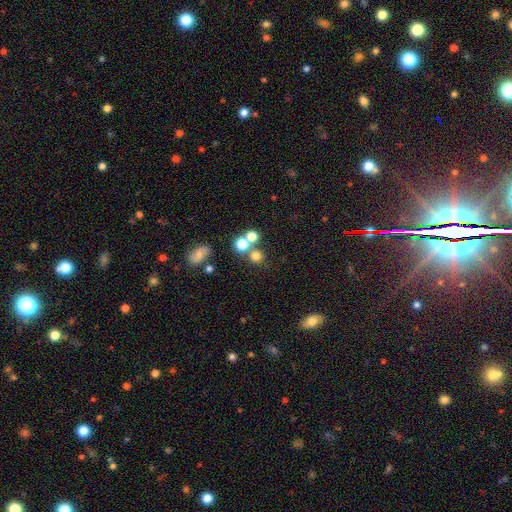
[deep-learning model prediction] A smooth galaxy with no disk features (72%) that is round (87%).

Vote fractions:
- Smooth or featured? smooth: 72% / star or artifact: 17% / featured or disk: 11%
- How rounded? round: 87% / in between: 12% / cigar-shaped: 1%
- Merging? none: 62% / merger: 26% / minor disturbance: 8% / major disturbance: 4%